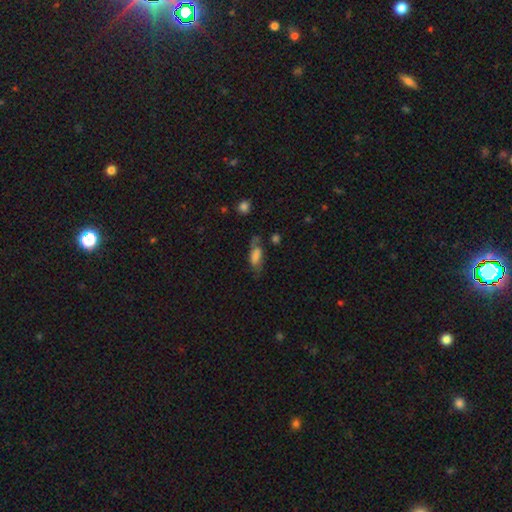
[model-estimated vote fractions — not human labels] This appears to be a smooth galaxy with no disk features (68%) that is in between round and cigar-shaped (75%). Merging: none (48%).